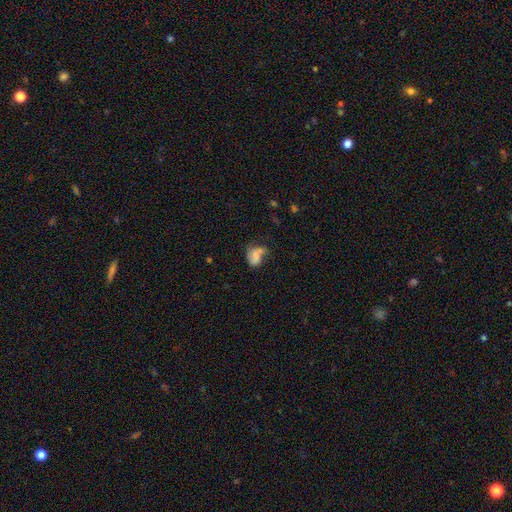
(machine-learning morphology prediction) Smooth or featured?
  - smooth: 52% *
  - featured or disk: 36%
  - star or artifact: 12%
How rounded?
  - in between: 70% *
  - round: 28%
  - cigar-shaped: 2%
Merging?
  - none: 32% *
  - major disturbance: 30%
  - minor disturbance: 27%
  - merger: 11%